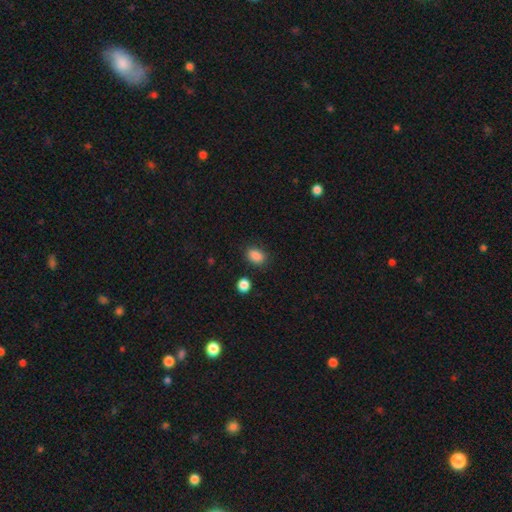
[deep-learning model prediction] smooth_or_featured: smooth (p=0.87) [alt: star or artifact p=0.10]
how_rounded: in between (p=0.75) [alt: round p=0.23]
merging: none (p=0.83) [alt: minor disturbance p=0.11]